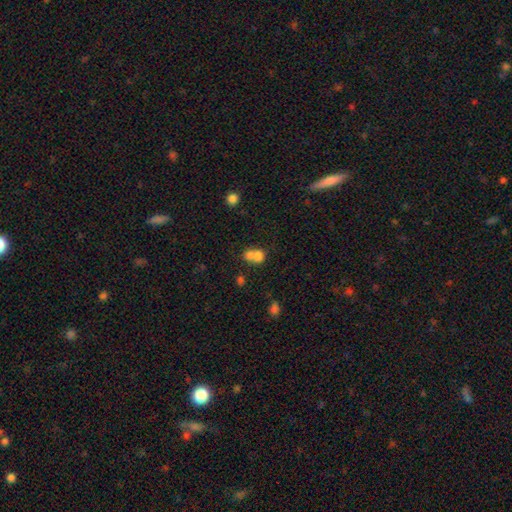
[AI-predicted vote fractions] Smooth or featured?
  - smooth: 72% *
  - featured or disk: 17%
  - star or artifact: 11%
How rounded?
  - round: 66% *
  - in between: 33%
  - cigar-shaped: 1%
Merging?
  - merger: 66% *
  - none: 25%
  - minor disturbance: 6%
  - major disturbance: 3%